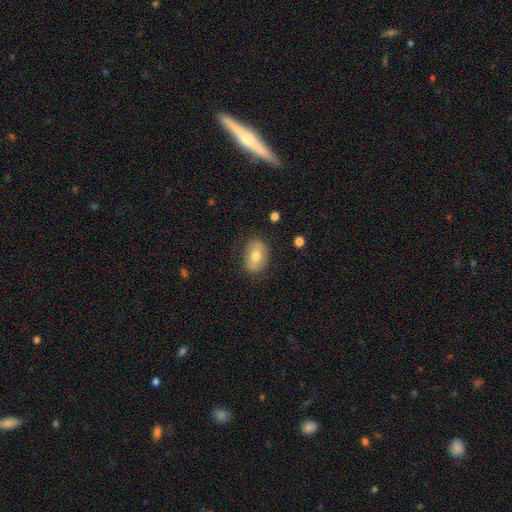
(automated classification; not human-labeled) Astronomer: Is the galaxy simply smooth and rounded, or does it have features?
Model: smooth — 63%.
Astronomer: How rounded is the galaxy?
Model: in between — 74%.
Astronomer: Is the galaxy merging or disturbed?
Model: none — 82%.